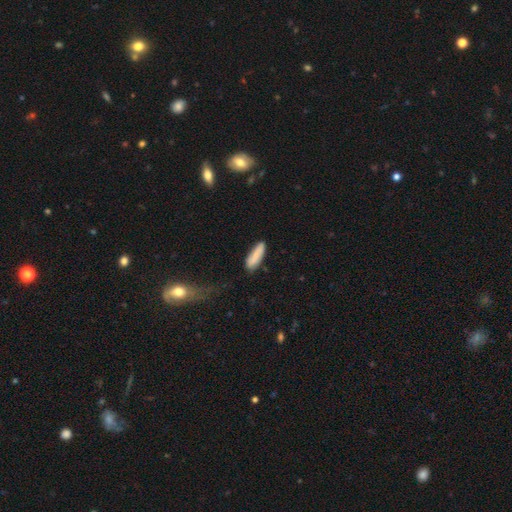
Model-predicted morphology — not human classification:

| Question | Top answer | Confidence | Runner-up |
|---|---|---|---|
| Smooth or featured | smooth | 85% | featured or disk (9%) |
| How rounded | cigar-shaped | 54% | in between (44%) |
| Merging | none | 76% | minor disturbance (18%) |